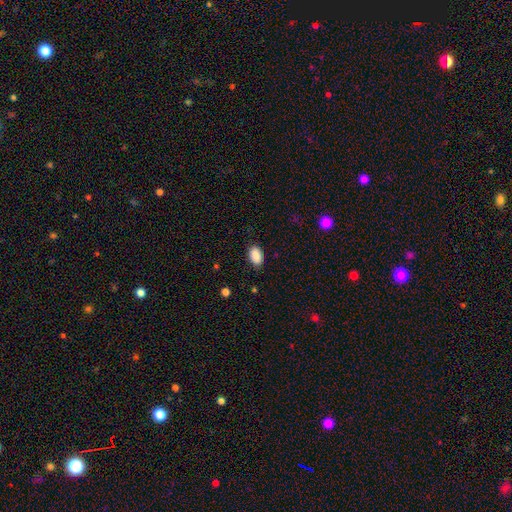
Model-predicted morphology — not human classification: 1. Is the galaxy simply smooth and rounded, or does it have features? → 90% smooth, 7% star or artifact, 3% featured or disk.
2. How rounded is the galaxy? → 91% in between, 8% round, 1% cigar-shaped.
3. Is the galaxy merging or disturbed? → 85% none, 11% minor disturbance, 2% major disturbance, 1% merger.